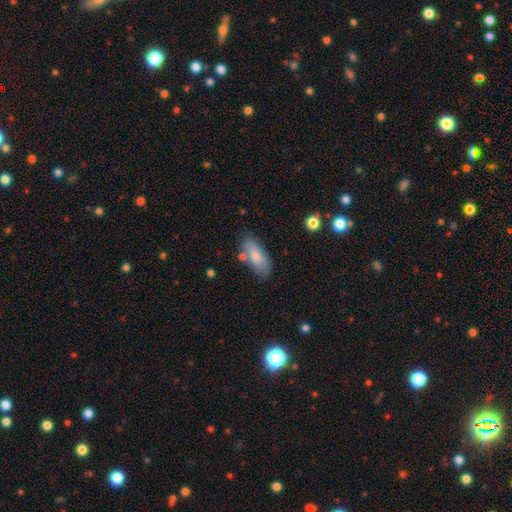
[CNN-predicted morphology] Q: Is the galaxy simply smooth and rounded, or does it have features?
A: smooth — 80%.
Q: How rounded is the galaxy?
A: in between — 85%.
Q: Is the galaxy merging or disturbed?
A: none — 72%.